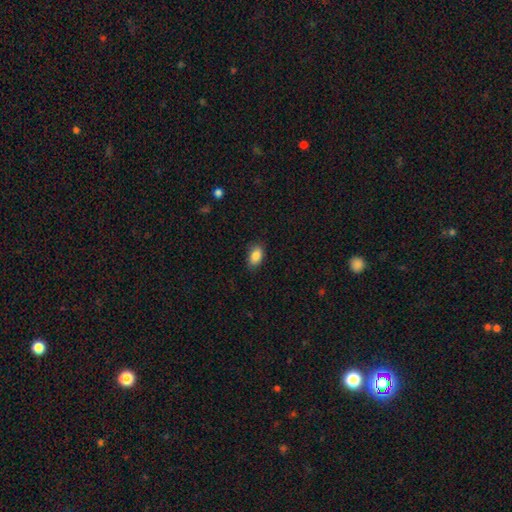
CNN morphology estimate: Smooth or featured?
  - smooth: 88% *
  - star or artifact: 8%
  - featured or disk: 5%
How rounded?
  - in between: 90% *
  - round: 8%
  - cigar-shaped: 2%
Merging?
  - none: 85% *
  - minor disturbance: 12%
  - major disturbance: 2%
  - merger: 1%